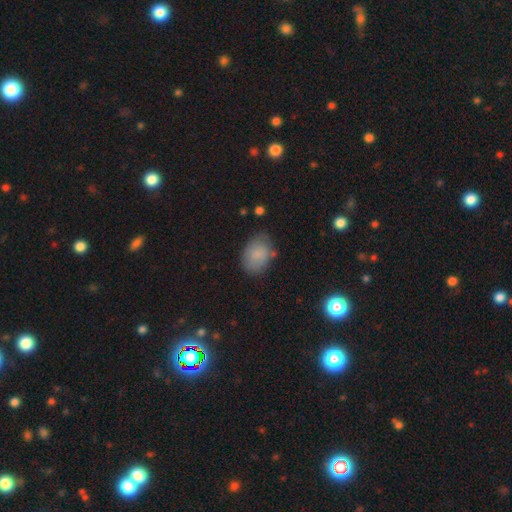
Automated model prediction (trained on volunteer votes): This appears to be a smooth galaxy with no disk features (82%) that is in between round and cigar-shaped (81%). Merging: none (71%).